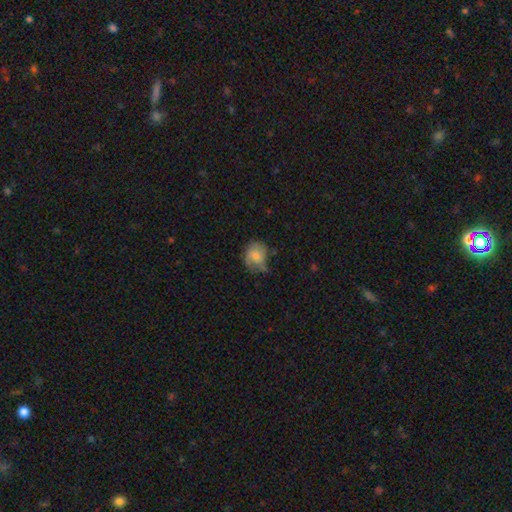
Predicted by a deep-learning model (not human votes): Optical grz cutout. It shows a smooth galaxy with no disk features (65%) that is round (64%). Merging: none (45%).